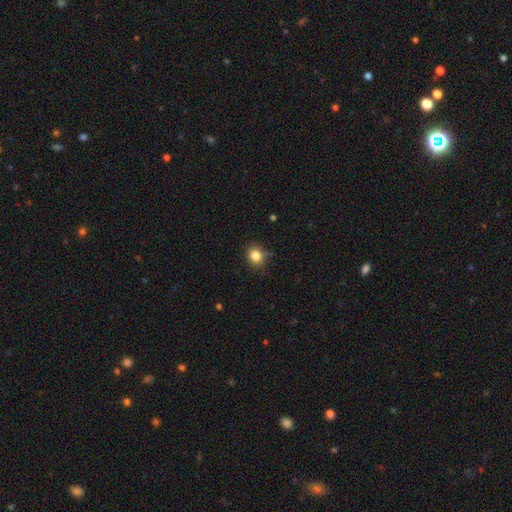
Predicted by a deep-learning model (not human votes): A smooth galaxy with no disk features (83%) that is round (73%).

Vote fractions:
- Smooth or featured? smooth: 83% / star or artifact: 11% / featured or disk: 6%
- How rounded? round: 73% / in between: 26% / cigar-shaped: 1%
- Merging? none: 79% / minor disturbance: 16% / major disturbance: 3% / merger: 2%